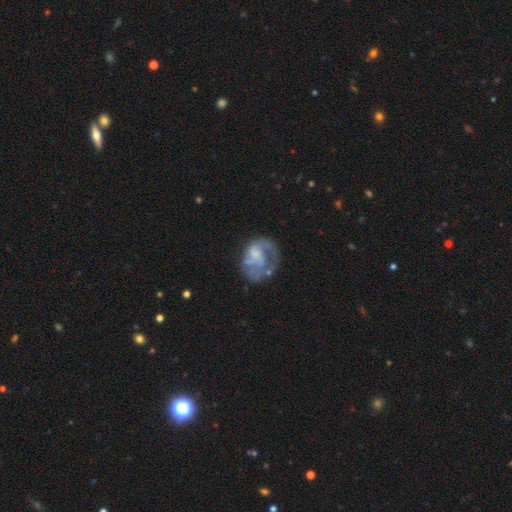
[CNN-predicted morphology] Q: Smooth or featured?
A: featured or disk (61%); runner-up: smooth (31%)
Q: Edge-on disk?
A: no (98%); runner-up: yes (2%)
Q: Bar?
A: no (72%); runner-up: weak (23%)
Q: Spiral arms?
A: yes (53%); runner-up: no (47%)
Q: Bulge size?
A: none (46%); runner-up: moderate (24%)
Q: Merging?
A: none (38%); runner-up: major disturbance (35%)